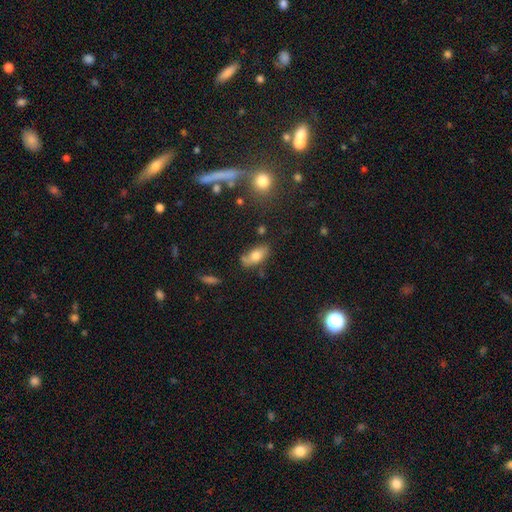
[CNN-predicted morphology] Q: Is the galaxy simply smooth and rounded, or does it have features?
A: smooth — 70%.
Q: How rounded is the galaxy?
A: in between — 86%.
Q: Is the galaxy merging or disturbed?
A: none — 58%.